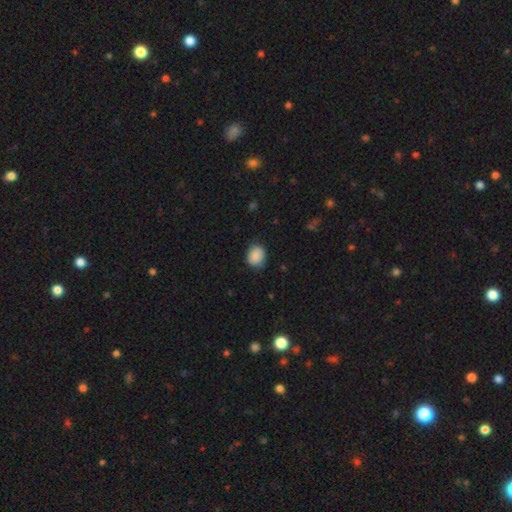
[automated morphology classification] A smooth galaxy with no disk features (87%) that is round (52%). Merging: none (75%).